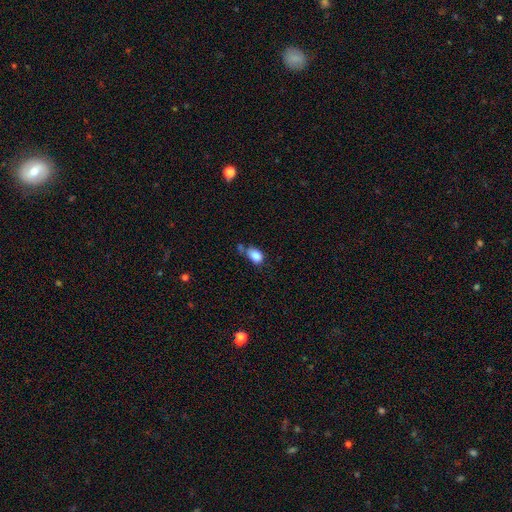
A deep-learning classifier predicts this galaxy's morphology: Overall: smooth (84%). How rounded: in between (78%). Merging: none (48%; minor disturbance 26%).